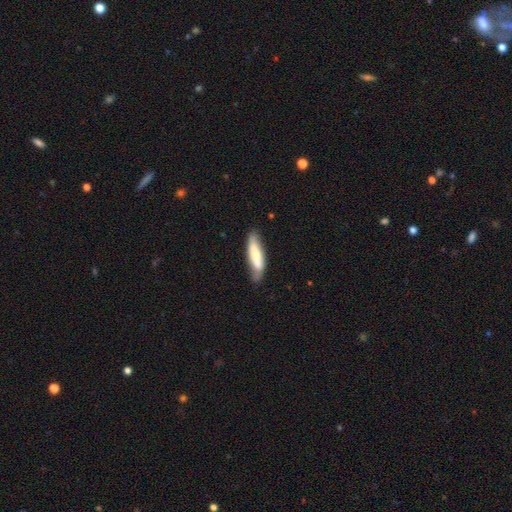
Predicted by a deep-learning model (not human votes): Smooth or featured?
  - smooth: 66% *
  - featured or disk: 28%
  - star or artifact: 6%
How rounded?
  - cigar-shaped: 69% *
  - in between: 29%
  - round: 2%
Merging?
  - none: 70% *
  - minor disturbance: 23%
  - major disturbance: 5%
  - merger: 2%